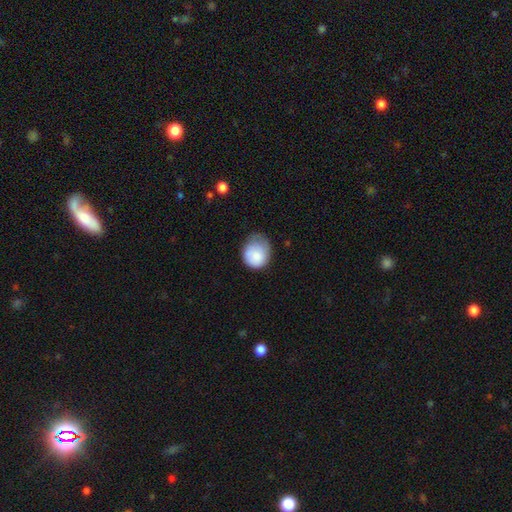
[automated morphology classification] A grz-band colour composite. It shows a smooth galaxy with no disk features (82%) that is round (68%). Merging: minor disturbance (45%).